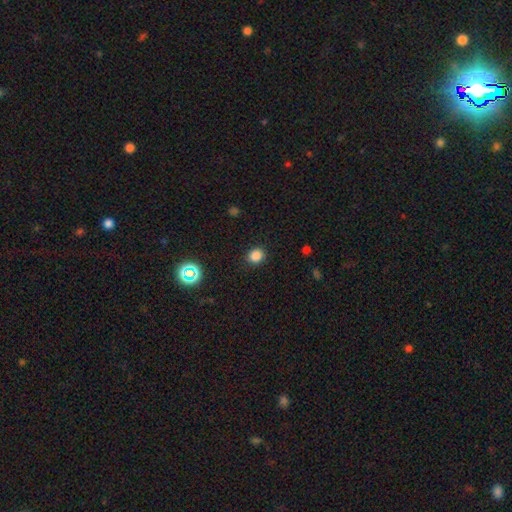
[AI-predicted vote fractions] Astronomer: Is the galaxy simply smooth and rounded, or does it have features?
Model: smooth — 83%.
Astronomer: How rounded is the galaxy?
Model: round — 66%.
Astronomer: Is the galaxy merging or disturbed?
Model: none — 86%.